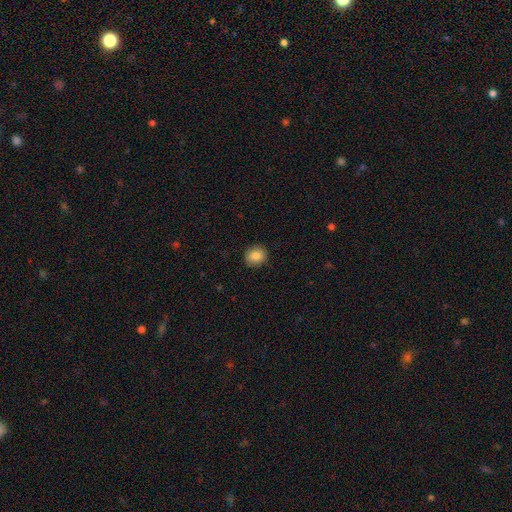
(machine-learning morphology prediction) A smooth galaxy with no disk features (85%) that is round (79%).

Vote fractions:
- Smooth or featured? smooth: 85% / star or artifact: 9% / featured or disk: 6%
- How rounded? round: 79% / in between: 20% / cigar-shaped: 1%
- Merging? none: 90% / minor disturbance: 7% / major disturbance: 2% / merger: 1%